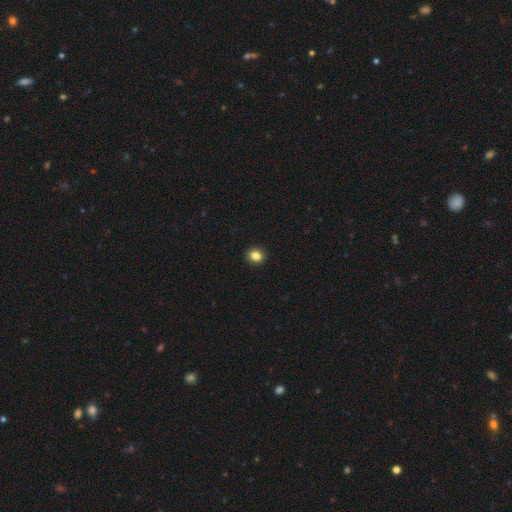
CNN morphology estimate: Smooth or featured: smooth — 84% (star or artifact — 11%)
How rounded: round — 84% (in between — 15%)
Merging: none — 93% (minor disturbance — 4%)